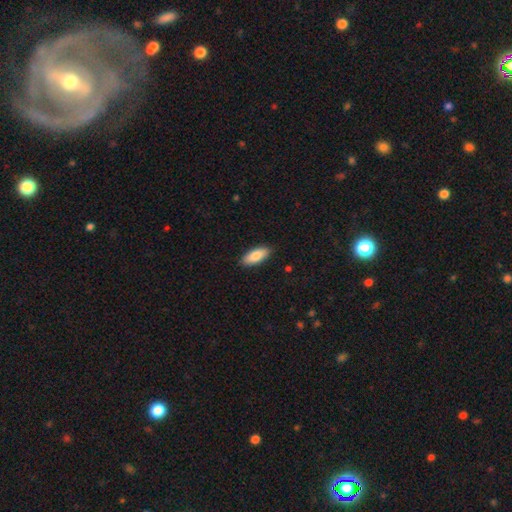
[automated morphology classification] Overall: smooth (82%). How rounded: in between (81%). Merging: none (89%).